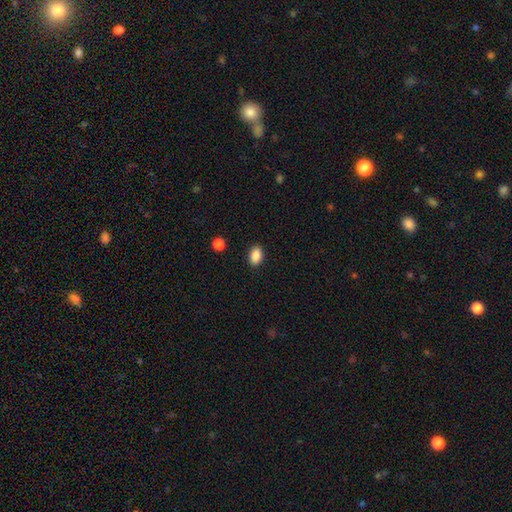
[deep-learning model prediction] Smooth or featured?
  - smooth: 89% *
  - star or artifact: 8%
  - featured or disk: 3%
How rounded?
  - in between: 87% *
  - round: 11%
  - cigar-shaped: 1%
Merging?
  - none: 89% *
  - minor disturbance: 7%
  - major disturbance: 2%
  - merger: 1%